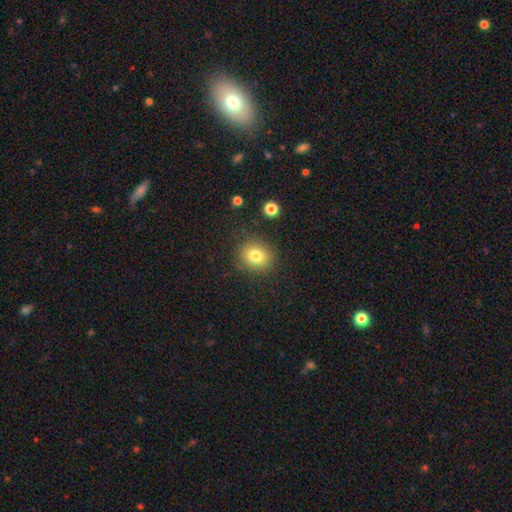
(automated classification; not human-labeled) This appears to be a smooth galaxy with no disk features (80%) that is round (68%). Merging: none (84%).